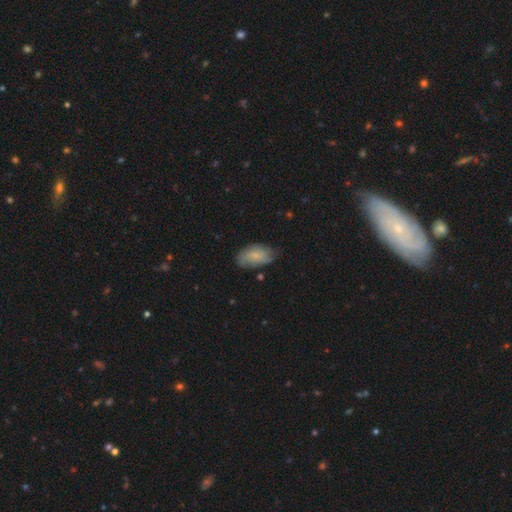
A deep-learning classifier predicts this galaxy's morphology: A smooth galaxy with no disk features (62%) that is in between round and cigar-shaped (92%). Merging: none (60%).